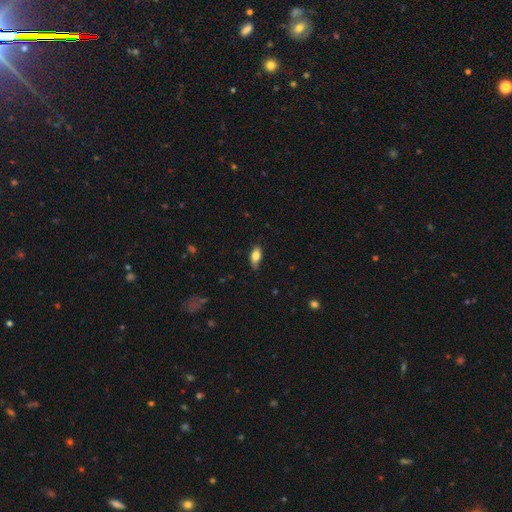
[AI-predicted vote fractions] Q: Smooth or featured?
A: smooth (78%); runner-up: featured or disk (15%)
Q: How rounded?
A: in between (82%); runner-up: cigar-shaped (14%)
Q: Merging?
A: none (75%); runner-up: minor disturbance (21%)